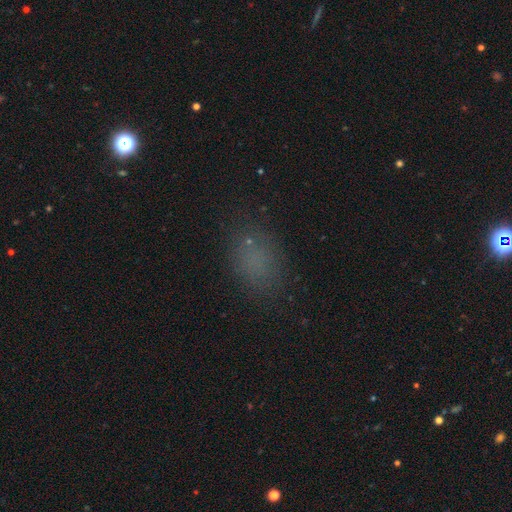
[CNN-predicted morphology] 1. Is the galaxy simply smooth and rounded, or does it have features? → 70% smooth, 23% star or artifact, 8% featured or disk.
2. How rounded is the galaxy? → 72% in between, 26% round, 2% cigar-shaped.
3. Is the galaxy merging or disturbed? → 79% none, 14% minor disturbance, 6% major disturbance, 2% merger.